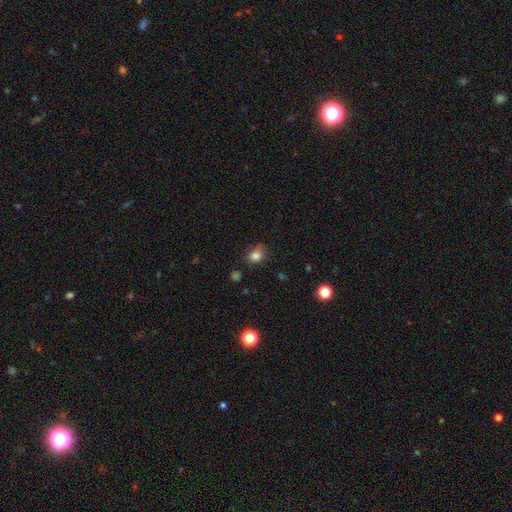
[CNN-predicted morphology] Smooth or featured?
  - smooth: 81% *
  - star or artifact: 12%
  - featured or disk: 7%
How rounded?
  - round: 51% *
  - in between: 48%
  - cigar-shaped: 1%
Merging?
  - none: 61% *
  - minor disturbance: 29%
  - major disturbance: 7%
  - merger: 3%